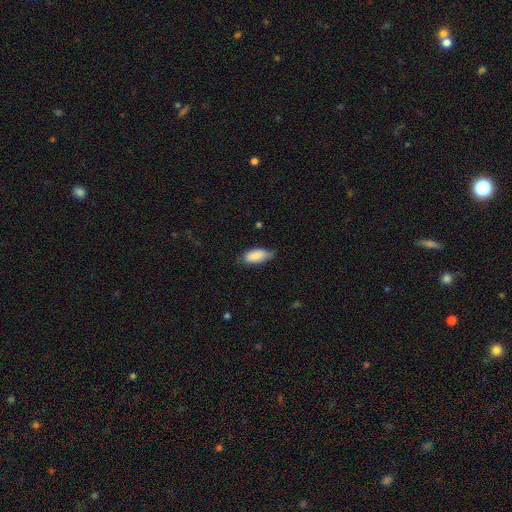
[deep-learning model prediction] Morphology: type=smooth (84%); roundness=in between (89%); merging=none (54%).